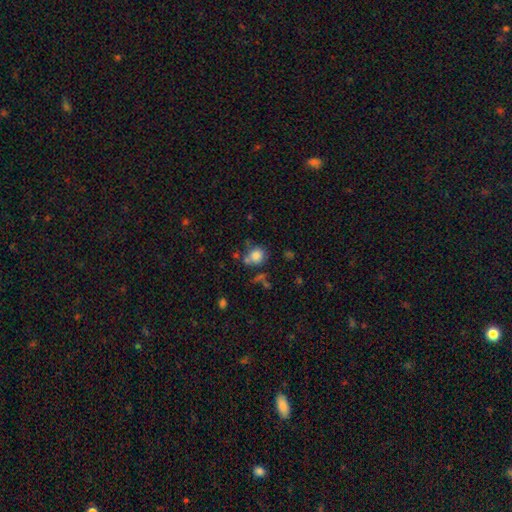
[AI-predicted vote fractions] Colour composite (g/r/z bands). It shows a smooth galaxy with no disk features (81%) that is round (81%). Merging: none (56%).